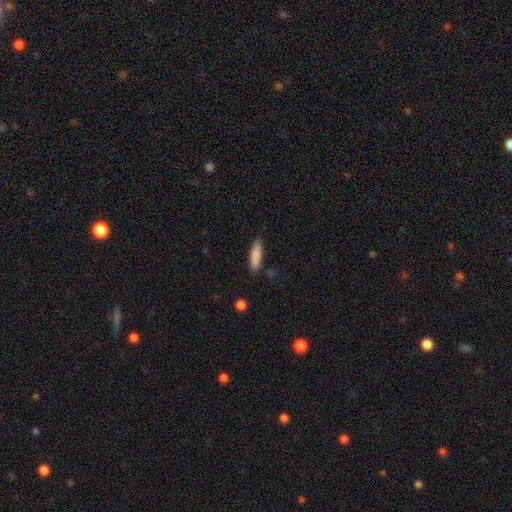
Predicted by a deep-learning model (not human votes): This appears to be a smooth galaxy with no disk features (85%) that is cigar-shaped (76%). Merging: none (83%).